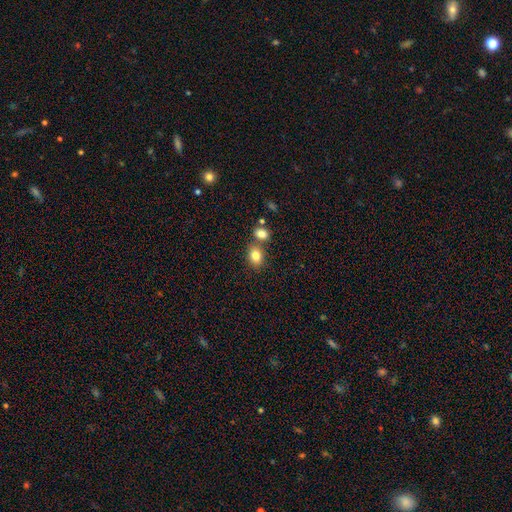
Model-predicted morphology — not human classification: A smooth galaxy with no disk features (82%) that is in between round and cigar-shaped (66%).

Vote fractions:
- Smooth or featured? smooth: 82% / star or artifact: 10% / featured or disk: 8%
- How rounded? in between: 66% / round: 33% / cigar-shaped: 1%
- Merging? none: 58% / merger: 28% / minor disturbance: 11% / major disturbance: 3%